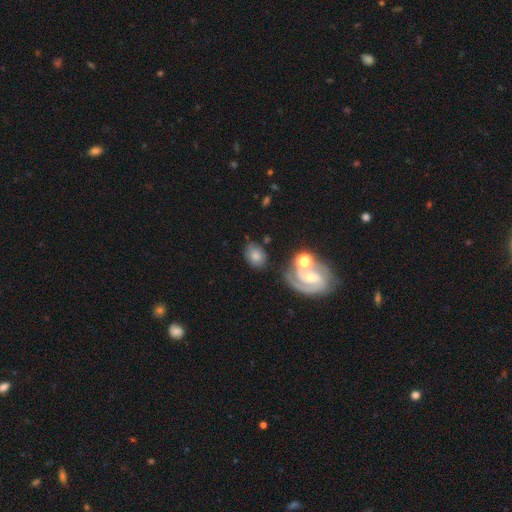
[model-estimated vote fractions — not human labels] Overall: smooth (64%; featured or disk 26%). How rounded: in between (61%; round 38%). Merging: none (67%).